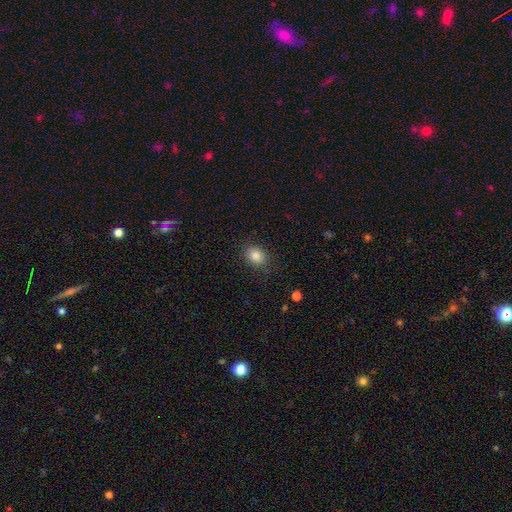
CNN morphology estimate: Smooth or featured? smooth (84%)
How rounded? in between (50%)
Merging? none (86%)